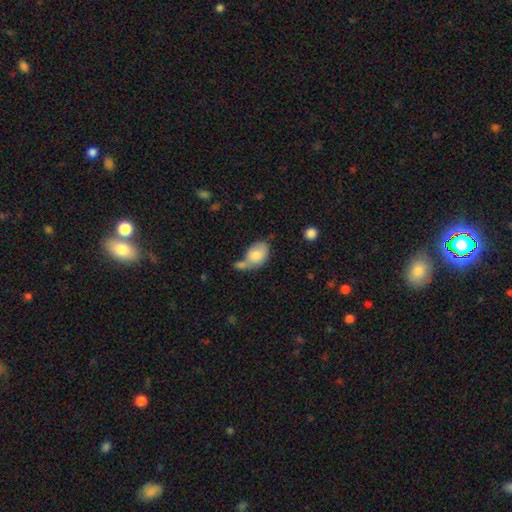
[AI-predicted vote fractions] A smooth galaxy with no disk features (80%) that is in between round and cigar-shaped (82%). Merging: merger (42%).